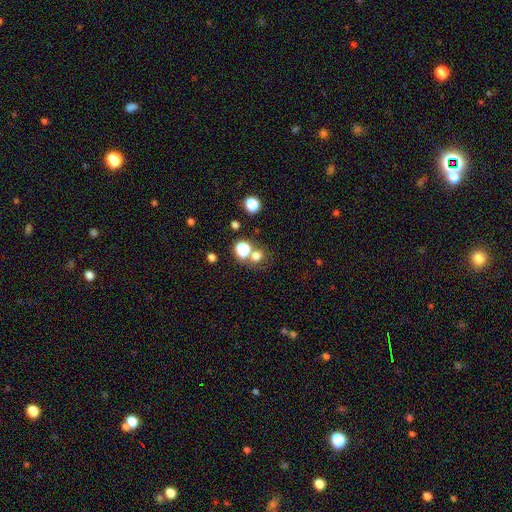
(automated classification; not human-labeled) Overall: smooth (68%). How rounded: round (80%). Merging: none (59%; merger 28%).